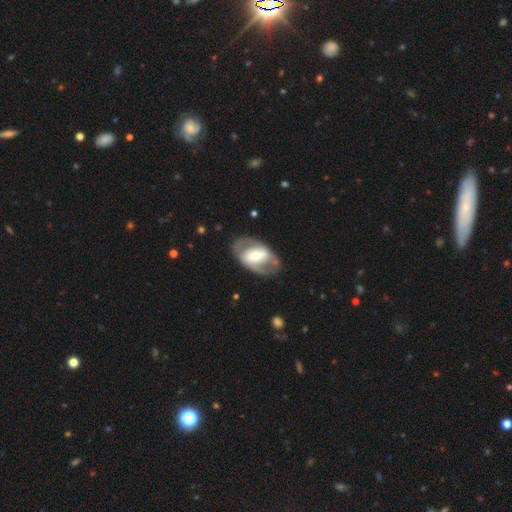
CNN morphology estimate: Smooth or featured?
  - featured or disk: 67% *
  - smooth: 28%
  - star or artifact: 5%
Edge-on disk?
  - no: 93% *
  - yes: 7%
Bar?
  - strong: 45% *
  - weak: 31%
  - no: 24%
Spiral arms?
  - no: 50% * (tied)
  - yes: 50% * (tied)
Bulge size?
  - moderate: 51% *
  - small: 31%
  - large: 14%
  - dominant: 2%
  - none: 2%
Merging?
  - none: 74% *
  - minor disturbance: 15%
  - major disturbance: 9%
  - merger: 2%